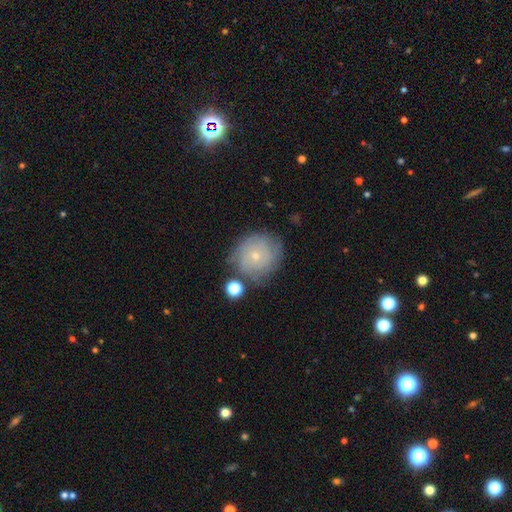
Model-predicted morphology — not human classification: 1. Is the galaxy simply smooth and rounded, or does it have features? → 50% featured or disk, 39% smooth, 11% star or artifact.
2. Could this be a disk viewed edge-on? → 97% no, 3% yes.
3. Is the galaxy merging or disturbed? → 69% none, 18% minor disturbance, 7% major disturbance, 6% merger.